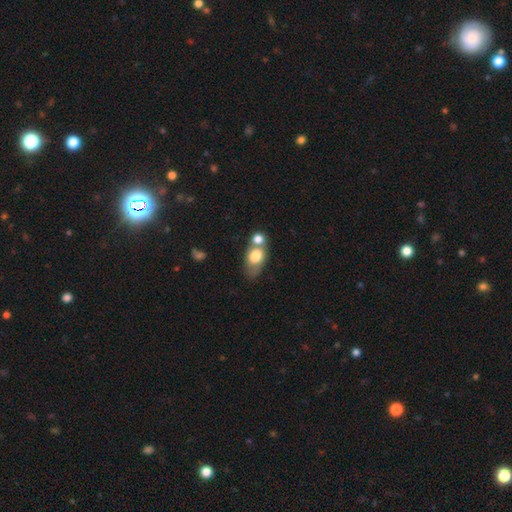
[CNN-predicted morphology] Q: Smooth or featured?
A: smooth (75%); runner-up: featured or disk (17%)
Q: How rounded?
A: in between (71%); runner-up: round (26%)
Q: Merging?
A: merger (49%); runner-up: none (31%)